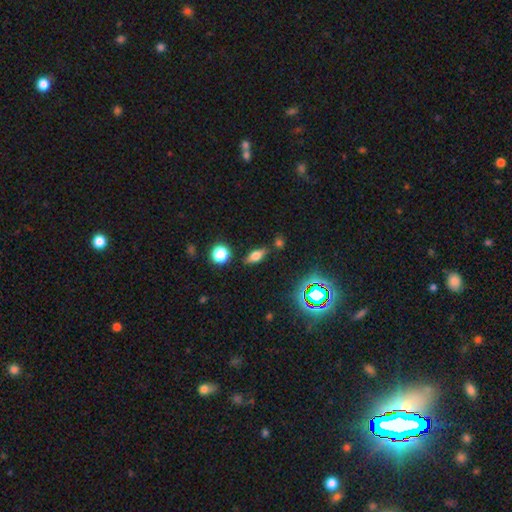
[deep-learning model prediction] The model was most divided on "smooth or featured": smooth: 55%, featured or disk: 28%, star or artifact: 16%. More confident: merging — none (77%); how rounded — in between (64%).